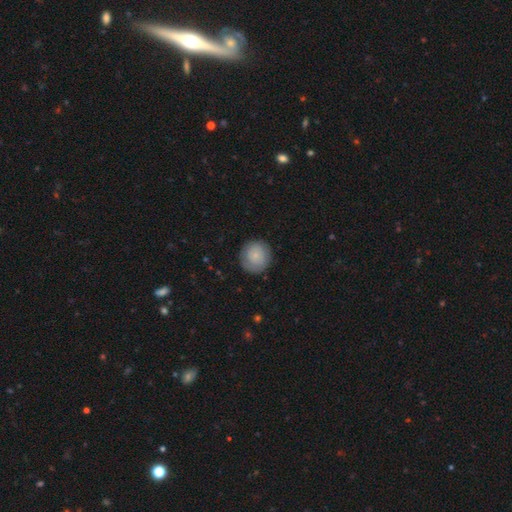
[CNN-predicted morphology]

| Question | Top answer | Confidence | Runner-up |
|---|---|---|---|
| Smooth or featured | smooth | 73% | featured or disk (21%) |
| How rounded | round | 90% | in between (9%) |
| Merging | none | 84% | minor disturbance (12%) |